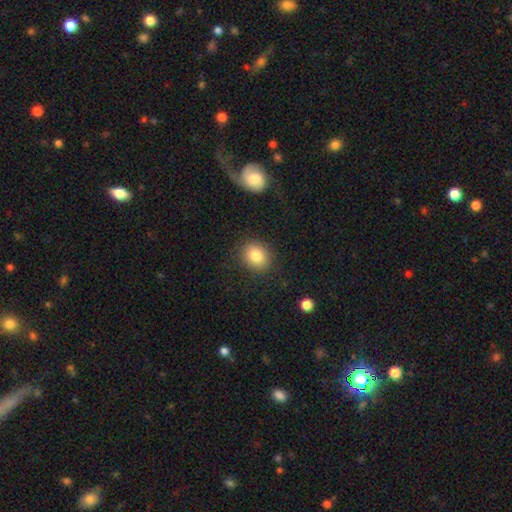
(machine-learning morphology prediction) smooth 83%, star or artifact 9%, featured or disk 8%. Down the decision tree: how rounded — round (65%); merging — none (86%).